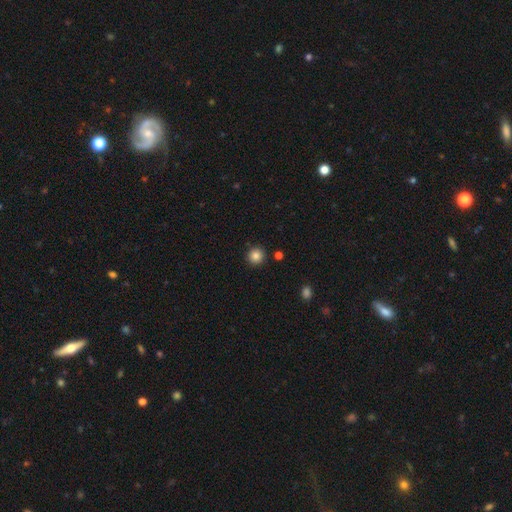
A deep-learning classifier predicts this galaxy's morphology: Smooth or featured? Predicted: smooth (p=0.84). How rounded? Predicted: round (p=0.94). Merging? Predicted: none (p=0.90).